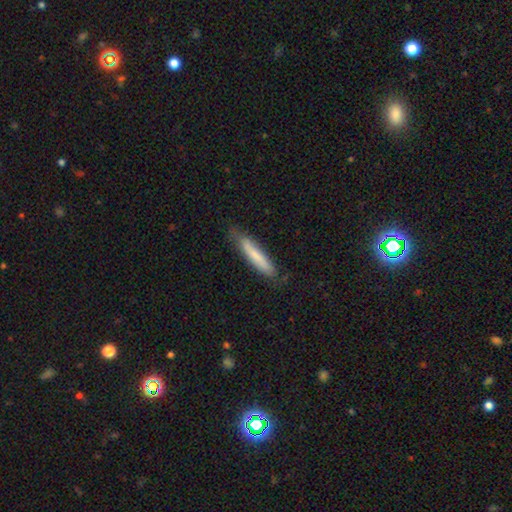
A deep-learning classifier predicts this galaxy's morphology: The model was most divided on "smooth or featured": smooth: 72%, featured or disk: 22%, star or artifact: 6%. More confident: how rounded — cigar-shaped (89%); merging — none (74%).